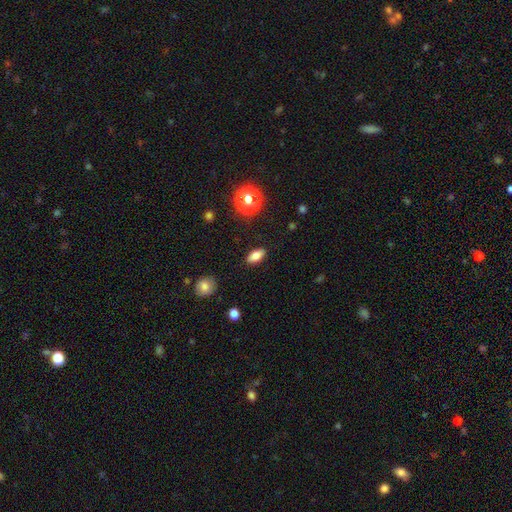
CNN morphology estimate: Smooth or featured: smooth — 79% (featured or disk — 11%)
How rounded: in between — 84% (cigar-shaped — 11%)
Merging: none — 88% (minor disturbance — 8%)